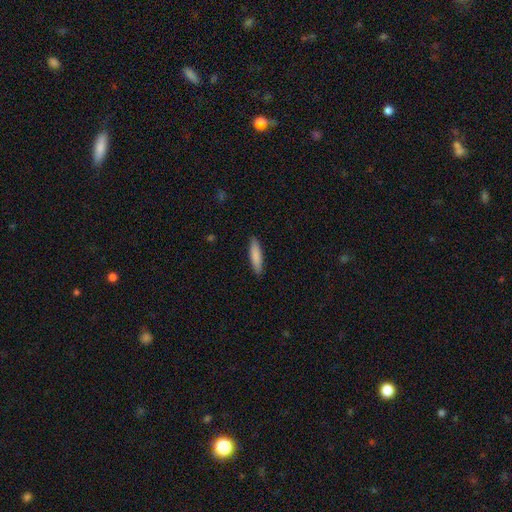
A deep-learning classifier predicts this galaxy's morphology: smooth-or-featured: smooth: 85% | featured or disk: 10% | star or artifact: 5%
  how-rounded: cigar-shaped: 77% | in between: 22% | round: 1%
  merging: none: 89% | minor disturbance: 9% | major disturbance: 2% | merger: 1%